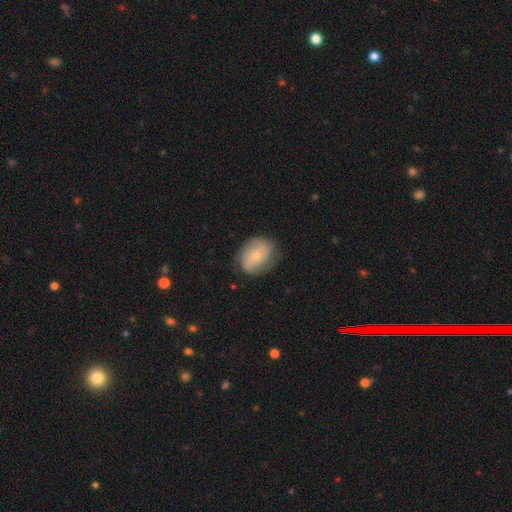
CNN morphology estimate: This appears to be a smooth galaxy with no disk features (54%) that is in between round and cigar-shaped (53%). Merging: none (72%).